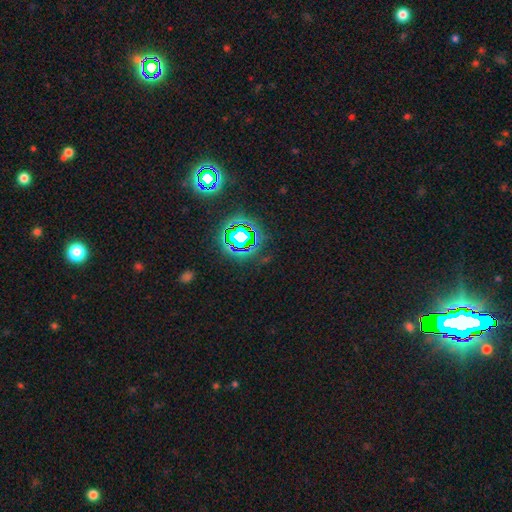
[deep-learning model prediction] star or artifact 79%, smooth 13%, featured or disk 8%.